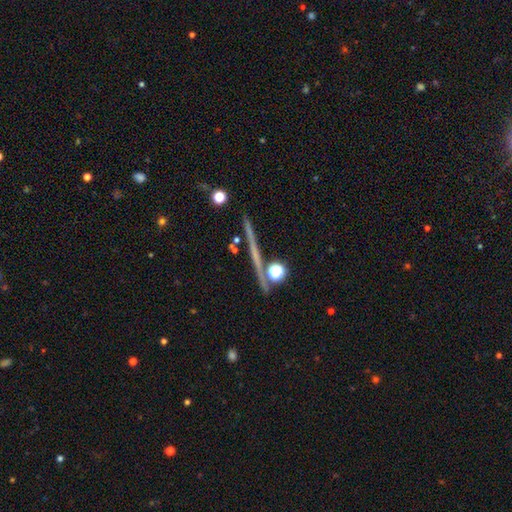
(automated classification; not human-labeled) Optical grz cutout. It shows a featured or disk galaxy (52%) viewed edge-on (93%). Merging: none (85%).